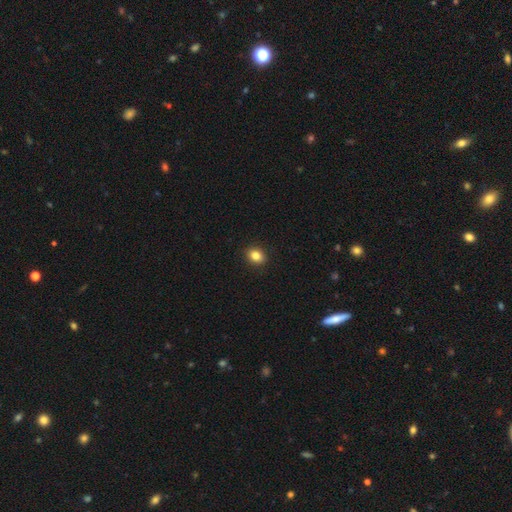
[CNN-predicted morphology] smooth 84%, star or artifact 10%, featured or disk 6%. Down the decision tree: how rounded — in between (53%); merging — none (91%).